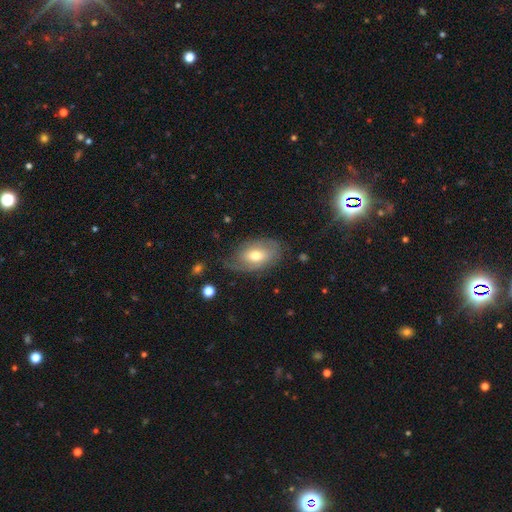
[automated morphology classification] Overall: smooth (47%; featured or disk 46%). Merging: none (61%; minor disturbance 26%).